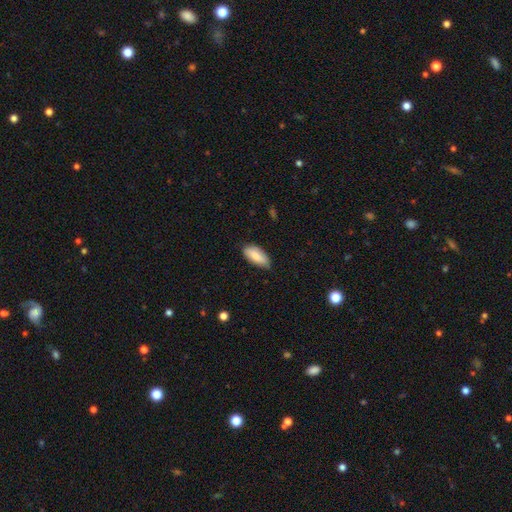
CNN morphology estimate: Overall: smooth (85%). How rounded: in between (88%). Merging: none (74%).